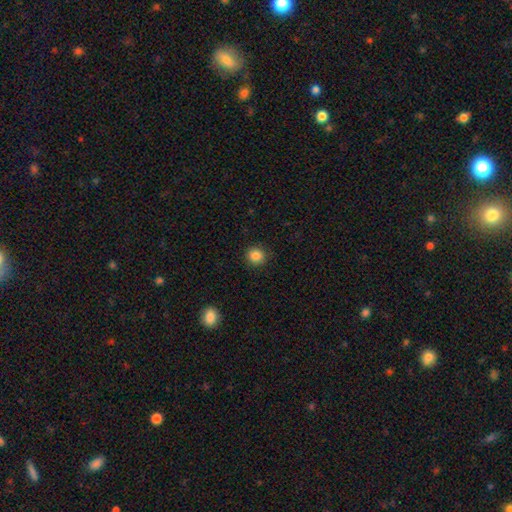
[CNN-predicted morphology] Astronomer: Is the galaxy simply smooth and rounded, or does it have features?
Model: smooth — 86%.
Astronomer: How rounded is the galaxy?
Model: round — 90%.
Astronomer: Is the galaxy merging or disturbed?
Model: none — 90%.